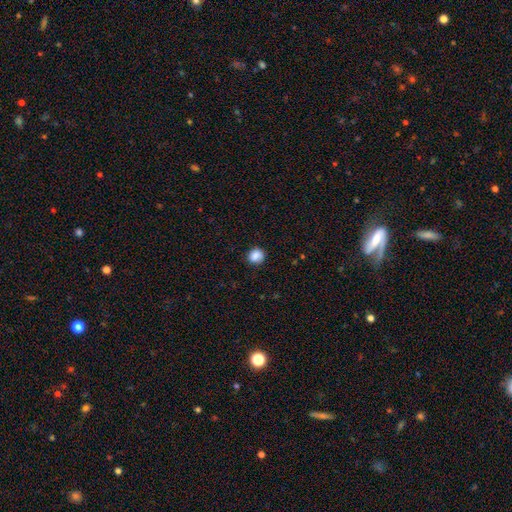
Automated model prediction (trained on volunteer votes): This appears to be a smooth galaxy with no disk features (86%) that is round (75%). Merging: none (83%).